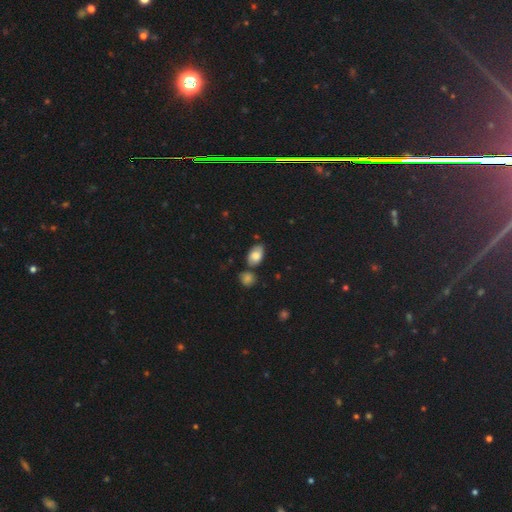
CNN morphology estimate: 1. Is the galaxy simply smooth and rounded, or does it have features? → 76% smooth, 16% featured or disk, 8% star or artifact.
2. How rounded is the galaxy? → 91% in between, 8% round, 2% cigar-shaped.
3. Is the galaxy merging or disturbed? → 66% none, 18% minor disturbance, 12% merger, 4% major disturbance.